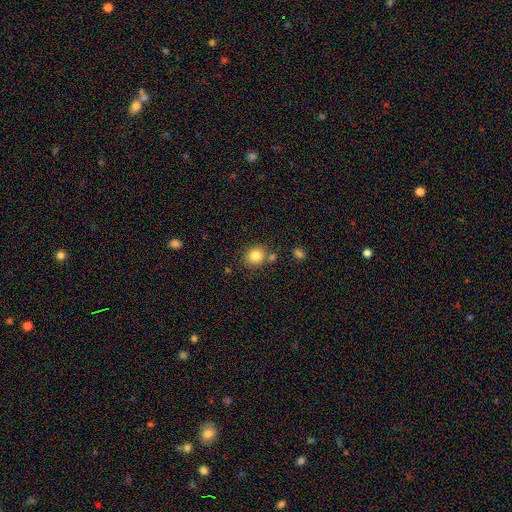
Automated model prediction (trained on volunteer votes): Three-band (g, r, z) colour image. It shows a smooth galaxy with no disk features (83%) that is round (79%). Merging: none (73%).